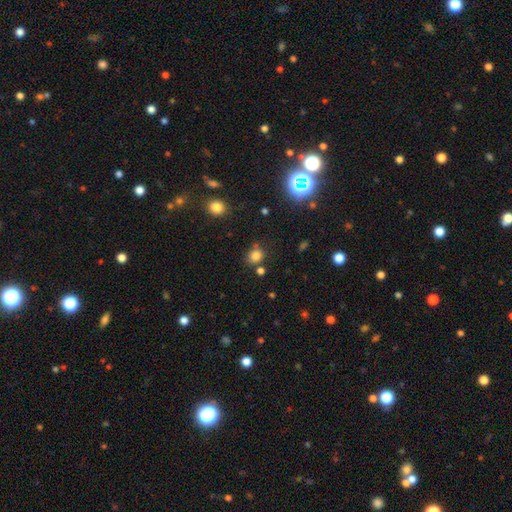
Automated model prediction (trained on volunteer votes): Morphology: type=smooth (78%); roundness=round (68%); merging=none (72%).